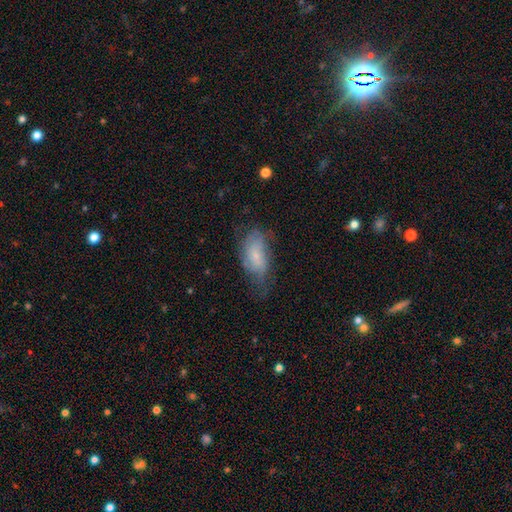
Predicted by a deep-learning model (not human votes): Smooth or featured: smooth — 50% (featured or disk — 42%)
Merging: none — 44% (minor disturbance — 33%)